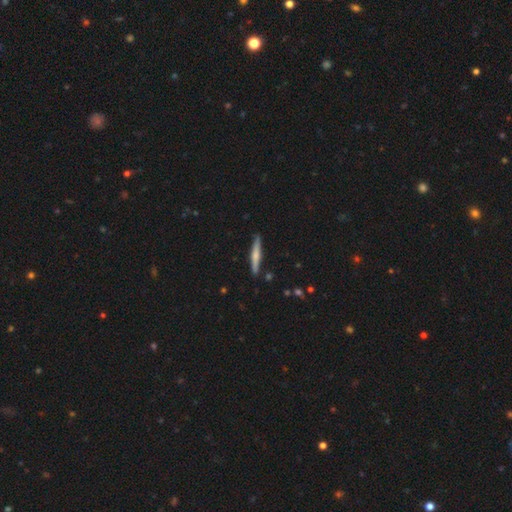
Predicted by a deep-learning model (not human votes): The model was most divided on "smooth or featured": smooth: 48%, featured or disk: 47%, star or artifact: 6%. More confident: merging — none (89%).